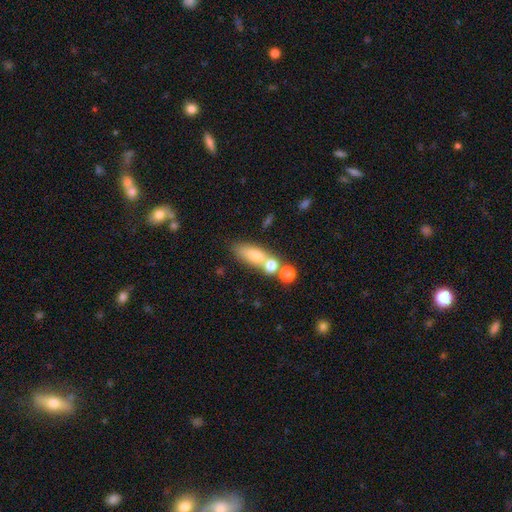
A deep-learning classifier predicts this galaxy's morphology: Smooth or featured?
  - smooth: 65% *
  - featured or disk: 23%
  - star or artifact: 12%
How rounded?
  - in between: 58% *
  - cigar-shaped: 32%
  - round: 10%
Merging?
  - none: 48% *
  - merger: 31%
  - minor disturbance: 14%
  - major disturbance: 7%